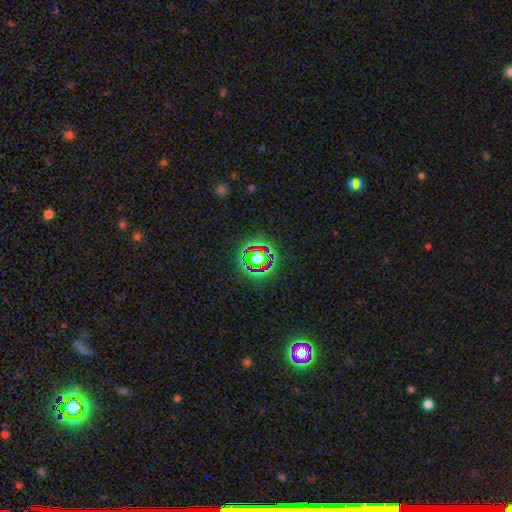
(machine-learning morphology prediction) smooth-or-featured: star or artifact: 65% | smooth: 21% | featured or disk: 13%